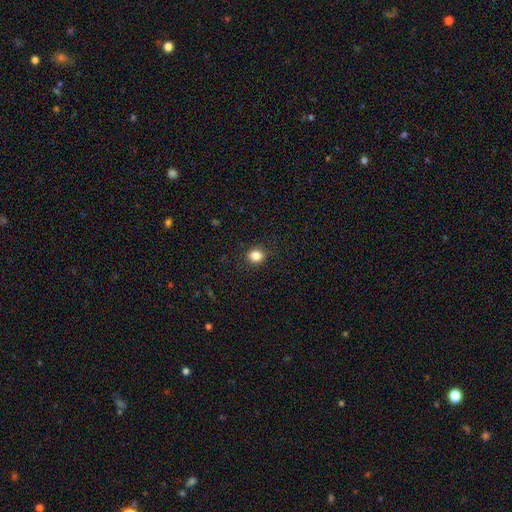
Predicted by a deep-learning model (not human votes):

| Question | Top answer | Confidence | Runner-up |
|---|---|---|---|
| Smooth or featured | smooth | 84% | star or artifact (11%) |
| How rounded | round | 73% | in between (26%) |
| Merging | none | 90% | minor disturbance (7%) |